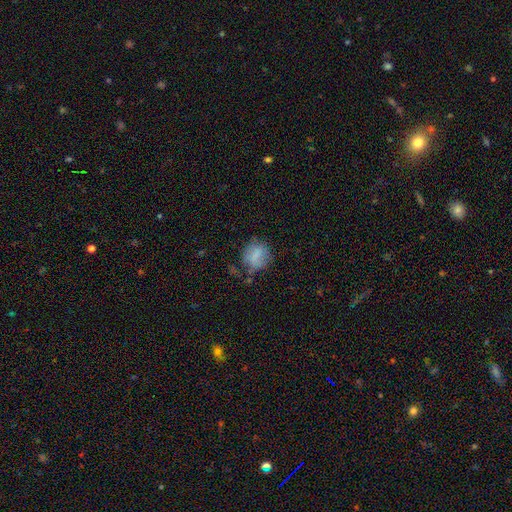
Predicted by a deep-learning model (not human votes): Smooth or featured?
  - smooth: 74% *
  - featured or disk: 17%
  - star or artifact: 9%
How rounded?
  - round: 70% *
  - in between: 29%
  - cigar-shaped: 1%
Merging?
  - none: 51% *
  - minor disturbance: 28%
  - major disturbance: 16%
  - merger: 5%